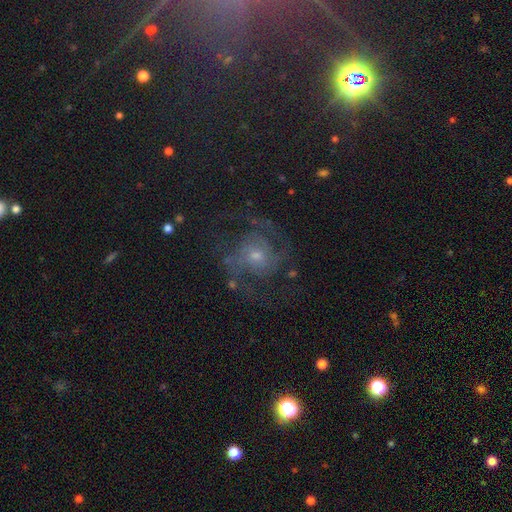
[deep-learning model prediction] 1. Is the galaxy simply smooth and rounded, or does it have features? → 78% featured or disk, 12% smooth, 10% star or artifact.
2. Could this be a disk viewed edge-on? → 98% no, 2% yes.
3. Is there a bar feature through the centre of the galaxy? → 66% no, 29% weak, 5% strong.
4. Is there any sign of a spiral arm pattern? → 92% yes, 8% no.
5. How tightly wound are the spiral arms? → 53% medium, 28% tight, 19% loose.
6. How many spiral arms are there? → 53% 2, 18% can't tell, 16% 3, 5% 4, 5% 1, 4% more than 4.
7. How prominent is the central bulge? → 56% small, 37% moderate, 3% none, 3% large, 1% dominant.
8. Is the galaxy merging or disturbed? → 64% none, 18% major disturbance, 16% minor disturbance, 2% merger.